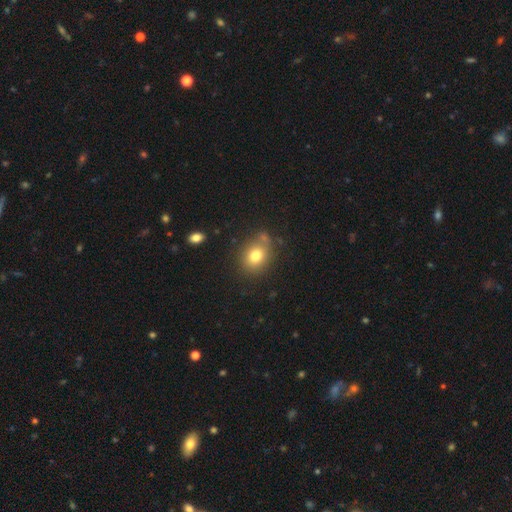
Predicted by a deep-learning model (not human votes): Smooth or featured? smooth (77%)
How rounded? round (54%)
Merging? none (72%)